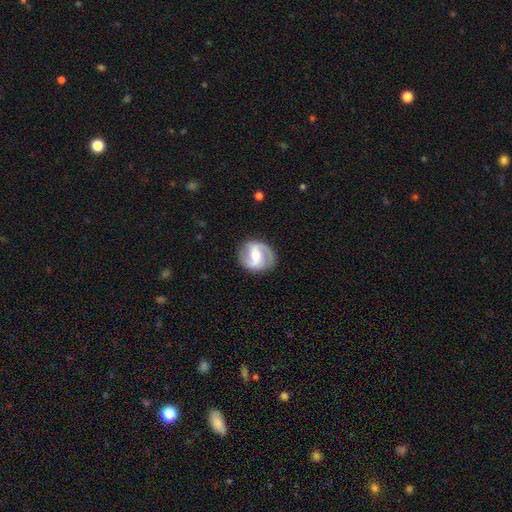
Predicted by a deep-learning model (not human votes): This appears to be a featured or disk galaxy (82%) with a weak bar (44%), 2 (91%) medium (50%) spiral arms (93%) and a moderate central bulge (66%). Merging: none (85%).